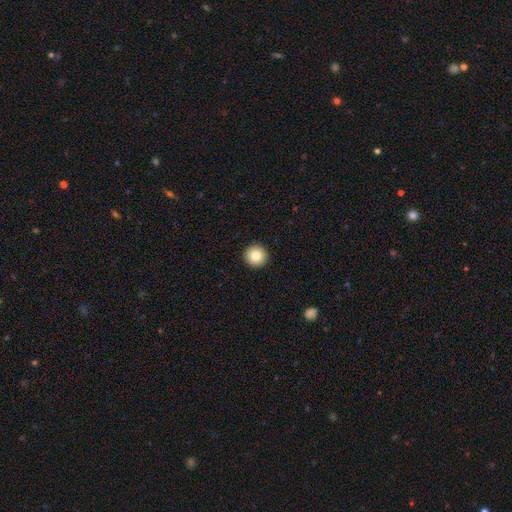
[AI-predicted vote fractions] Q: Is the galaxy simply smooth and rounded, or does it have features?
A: smooth — 81%.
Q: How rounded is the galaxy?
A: round — 95%.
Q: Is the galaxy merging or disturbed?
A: none — 94%.